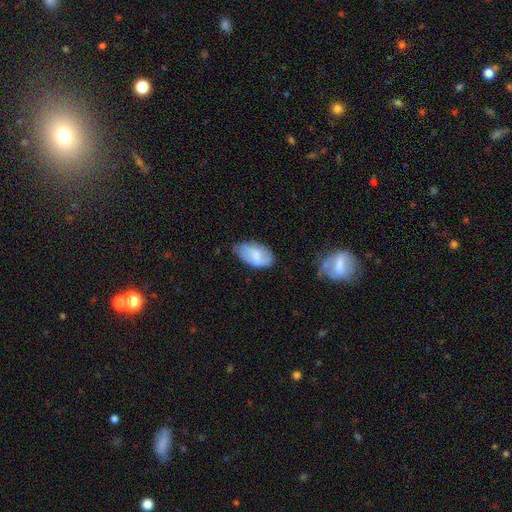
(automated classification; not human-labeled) Morphology: type=smooth (65%); roundness=in between (94%); merging=none (56%).